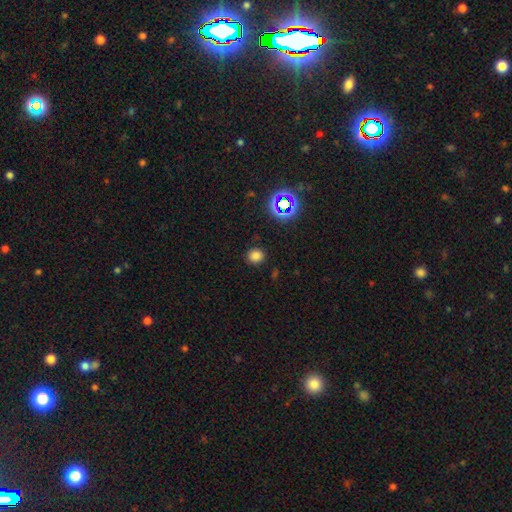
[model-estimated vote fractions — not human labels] This is likely a smooth galaxy (76%). How rounded: clearly round (84%). Merging: clearly none (89%).